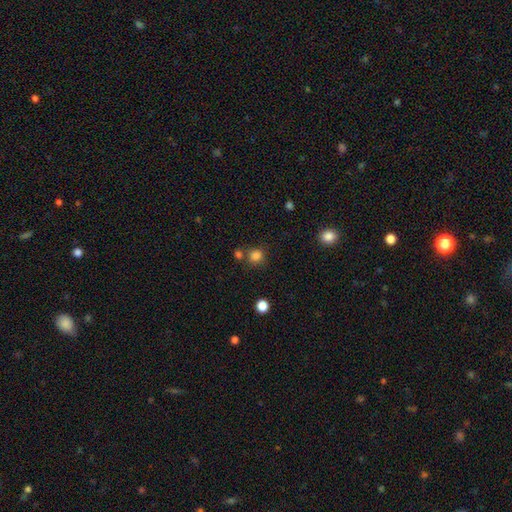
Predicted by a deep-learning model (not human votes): This is clearly a smooth galaxy (82%). How rounded: clearly round (88%). Merging: likely none (70%).